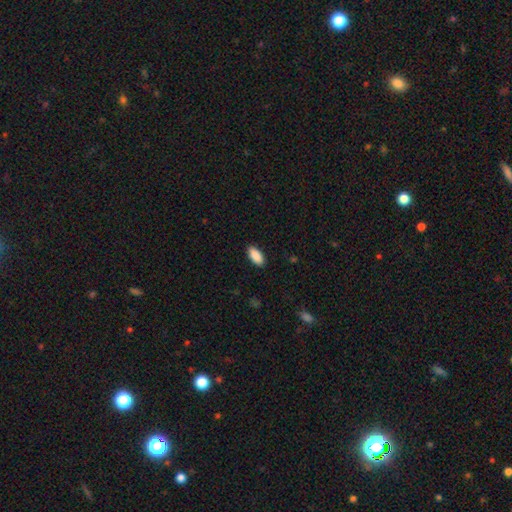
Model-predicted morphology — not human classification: A smooth galaxy with no disk features (90%) that is in between round and cigar-shaped (90%).

Vote fractions:
- Smooth or featured? smooth: 90% / star or artifact: 6% / featured or disk: 4%
- How rounded? in between: 90% / cigar-shaped: 9% / round: 2%
- Merging? none: 89% / minor disturbance: 8% / major disturbance: 2% / merger: 1%